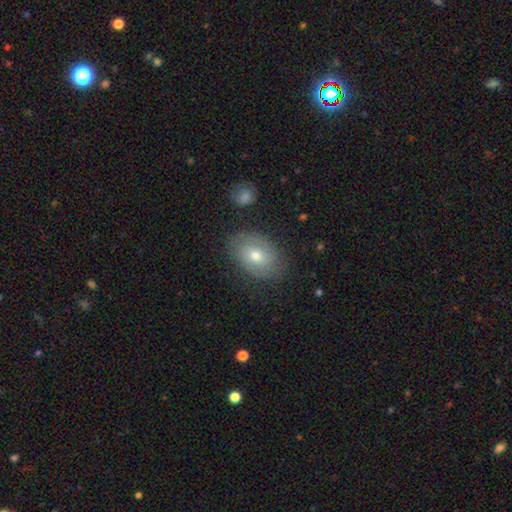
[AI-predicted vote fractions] Morphology: type=smooth (54%); roundness=in between (82%); merging=none (79%).